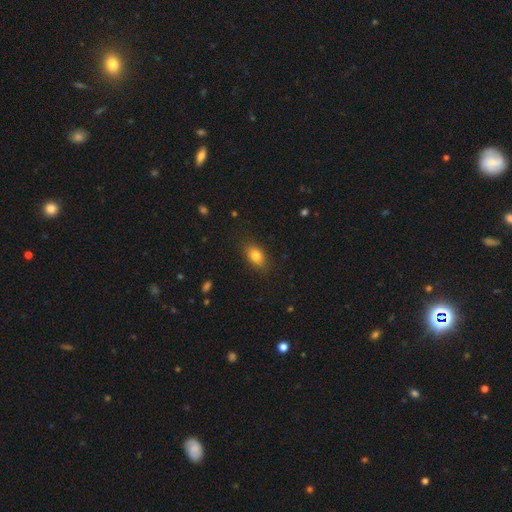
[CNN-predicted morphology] Smooth or featured: smooth — 82% (featured or disk — 9%)
How rounded: in between — 84% (round — 12%)
Merging: none — 85% (minor disturbance — 11%)